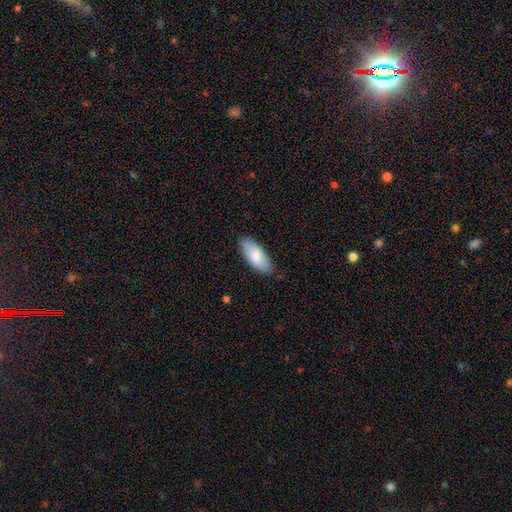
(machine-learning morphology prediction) Q: Smooth or featured?
A: smooth (82%); runner-up: featured or disk (13%)
Q: How rounded?
A: in between (83%); runner-up: cigar-shaped (15%)
Q: Merging?
A: none (83%); runner-up: minor disturbance (14%)